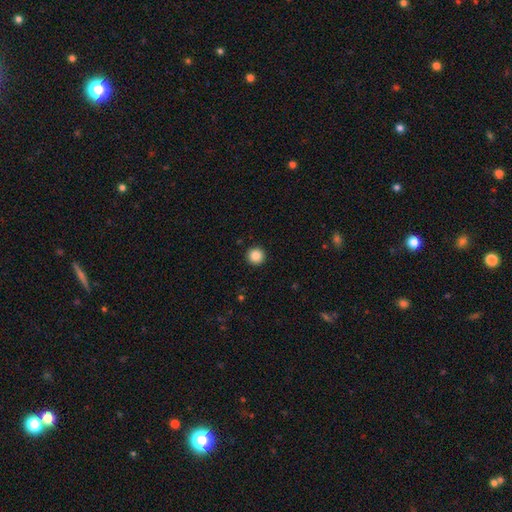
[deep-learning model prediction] This appears to be a smooth galaxy with no disk features (87%) that is round (96%). Merging: none (93%).